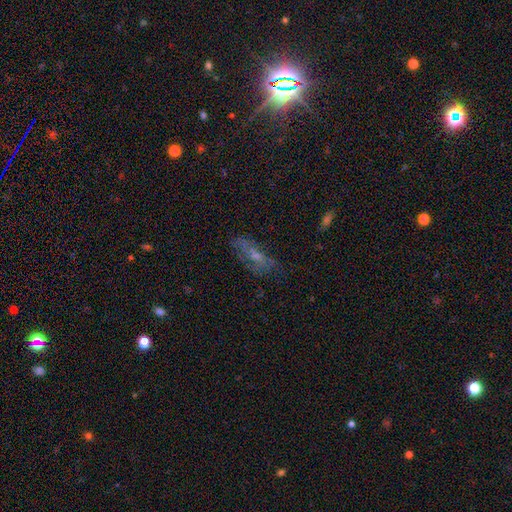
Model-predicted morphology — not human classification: Overall: featured or disk (48%; smooth 36%). Merging: none (59%; minor disturbance 23%).